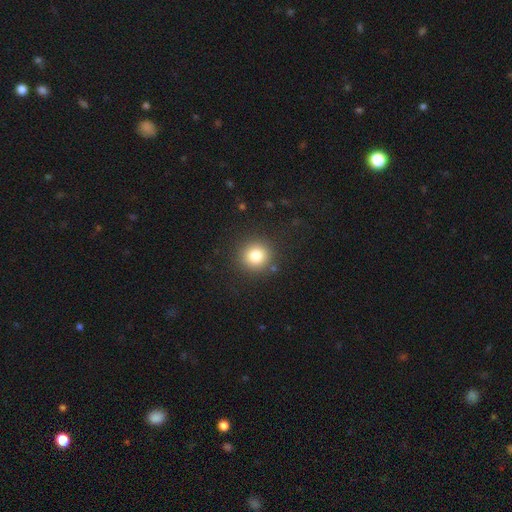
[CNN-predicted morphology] A smooth galaxy with no disk features (81%) that is round (92%).

Vote fractions:
- Smooth or featured? smooth: 81% / star or artifact: 12% / featured or disk: 7%
- How rounded? round: 92% / in between: 7% / cigar-shaped: 1%
- Merging? none: 89% / minor disturbance: 7% / major disturbance: 3% / merger: 2%